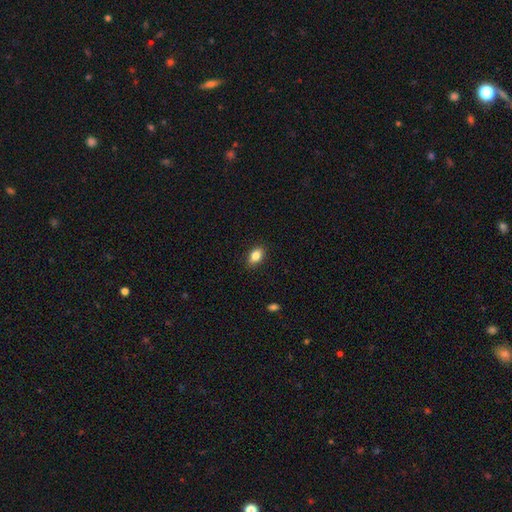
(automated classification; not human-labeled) This appears to be a smooth galaxy with no disk features (84%) that is in between round and cigar-shaped (85%). Merging: none (88%).